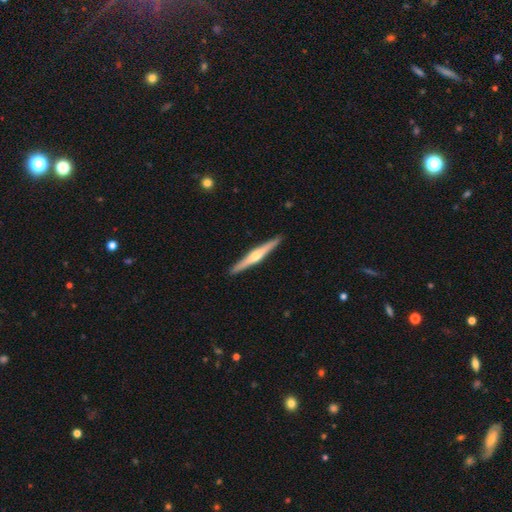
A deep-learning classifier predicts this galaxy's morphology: featured or disk 68%, smooth 27%, star or artifact 5%. Down the decision tree: edge-on disk — yes (98%); edge-on bulge — rounded (86%); merging — none (92%).